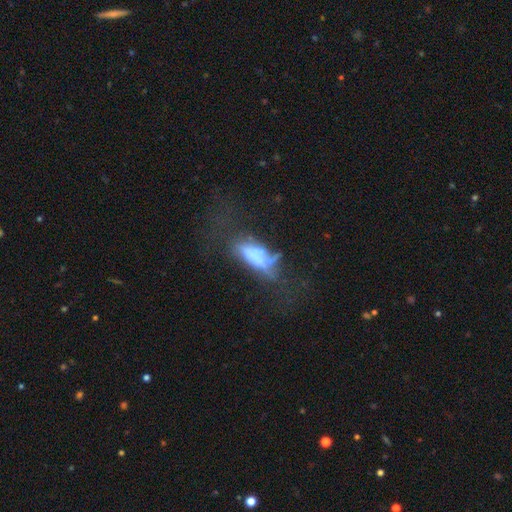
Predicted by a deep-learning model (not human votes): The model was most divided on "merging": major disturbance: 36%, none: 27%, minor disturbance: 21%, merger: 16%. More confident: how rounded — in between (68%); smooth or featured — smooth (50%).